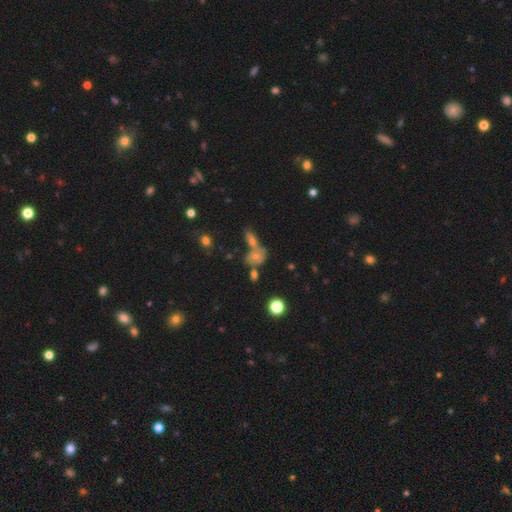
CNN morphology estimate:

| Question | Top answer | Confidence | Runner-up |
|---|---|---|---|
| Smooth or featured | smooth | 56% | featured or disk (26%) |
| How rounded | in between | 61% | round (35%) |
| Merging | merger | 46% | none (34%) |